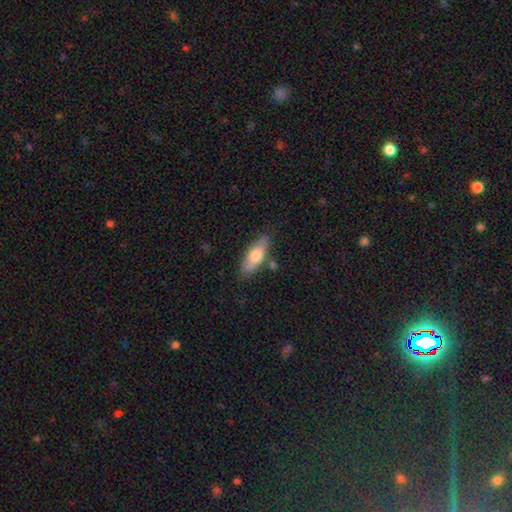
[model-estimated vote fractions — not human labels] This is likely a smooth galaxy (68%). How rounded: likely in between (71%). Merging: likely none (75%).